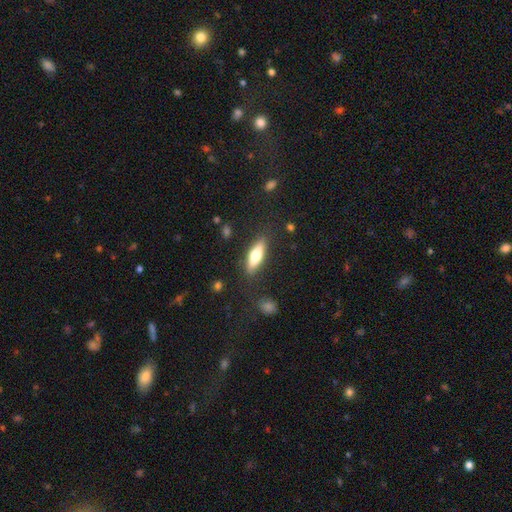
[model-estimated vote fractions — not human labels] The model was most divided on "how rounded": cigar-shaped: 52%, in between: 46%, round: 2%. More confident: merging — none (84%); smooth or featured — smooth (61%).